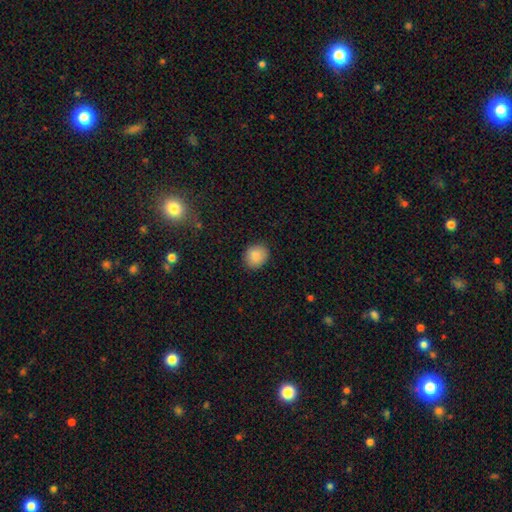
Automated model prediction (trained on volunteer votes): smooth 88%, star or artifact 8%, featured or disk 4%. Down the decision tree: how rounded — round (66%); merging — none (87%).